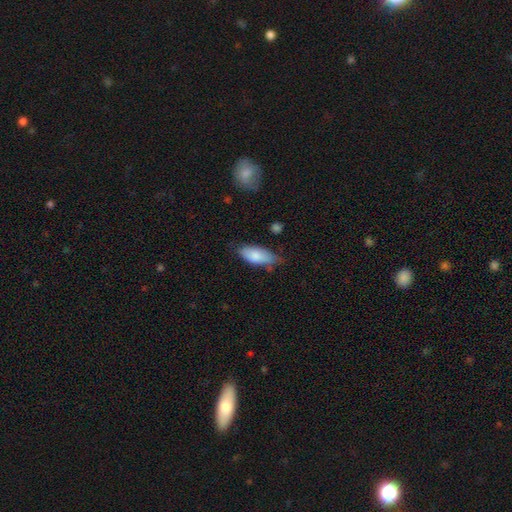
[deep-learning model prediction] Smooth or featured?
  - smooth: 82% *
  - featured or disk: 12%
  - star or artifact: 6%
How rounded?
  - in between: 82% *
  - cigar-shaped: 16%
  - round: 2%
Merging?
  - none: 60% *
  - minor disturbance: 31%
  - major disturbance: 6%
  - merger: 3%